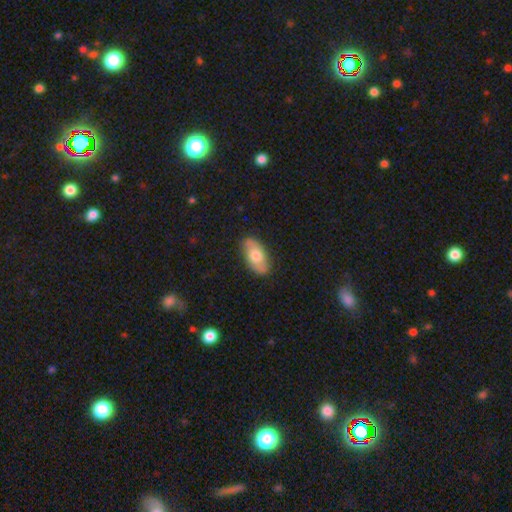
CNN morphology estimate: smooth-or-featured: smooth: 67% | featured or disk: 27% | star or artifact: 6%
  how-rounded: in between: 92% | cigar-shaped: 4% | round: 4%
  merging: none: 84% | minor disturbance: 13% | major disturbance: 2% | merger: 1%